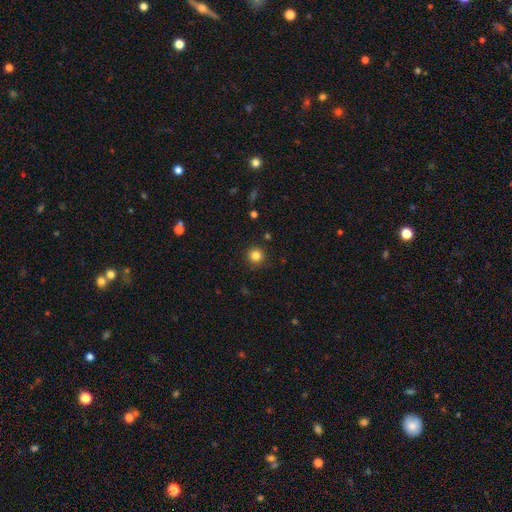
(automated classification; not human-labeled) Overall: smooth (83%). How rounded: round (94%). Merging: none (89%).